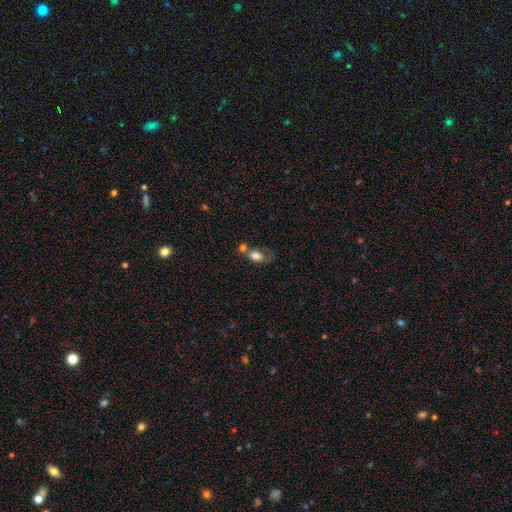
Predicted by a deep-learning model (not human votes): A smooth galaxy with no disk features (77%) that is in between round and cigar-shaped (83%).

Vote fractions:
- Smooth or featured? smooth: 77% / featured or disk: 14% / star or artifact: 9%
- How rounded? in between: 83% / round: 13% / cigar-shaped: 4%
- Merging? merger: 49% / none: 25% / minor disturbance: 14% / major disturbance: 13%